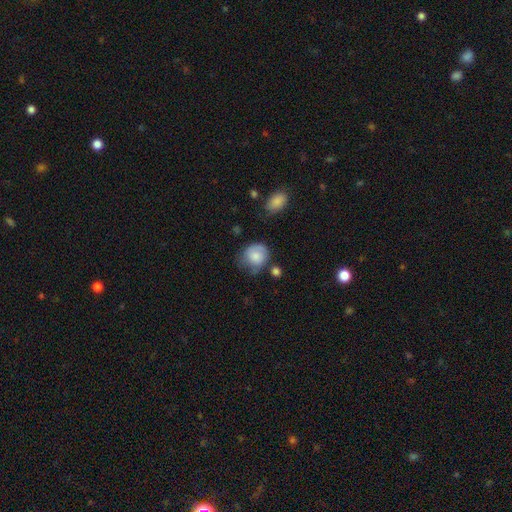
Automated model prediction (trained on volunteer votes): smooth 77%, featured or disk 15%, star or artifact 8%. Down the decision tree: how rounded — round (73%); merging — none (47%).